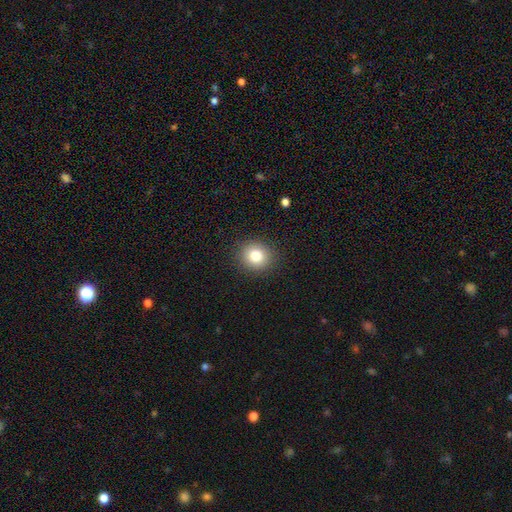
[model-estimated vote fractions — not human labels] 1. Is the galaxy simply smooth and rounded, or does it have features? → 81% smooth, 11% star or artifact, 8% featured or disk.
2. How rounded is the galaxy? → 83% round, 16% in between, 1% cigar-shaped.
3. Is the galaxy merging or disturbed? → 90% none, 7% minor disturbance, 2% major disturbance, 1% merger.